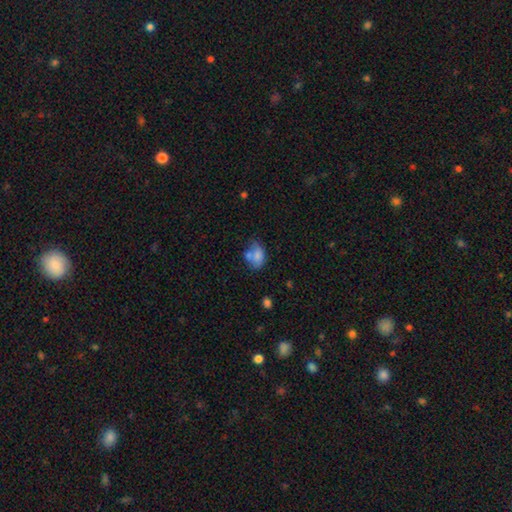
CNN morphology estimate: smooth 71%, featured or disk 19%, star or artifact 9%. Down the decision tree: how rounded — in between (78%); merging — none (37%).